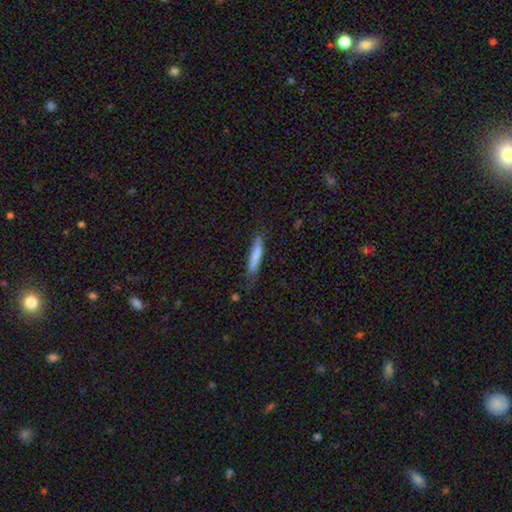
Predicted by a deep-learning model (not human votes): This is likely a smooth galaxy (79%). How rounded: clearly cigar-shaped (90%). Merging: likely none (76%).